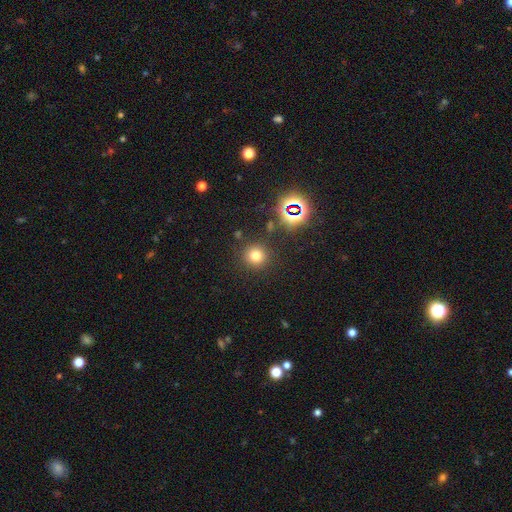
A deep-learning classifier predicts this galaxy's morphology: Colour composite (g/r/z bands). It shows a smooth galaxy with no disk features (71%) that is round (93%). Merging: none (87%).